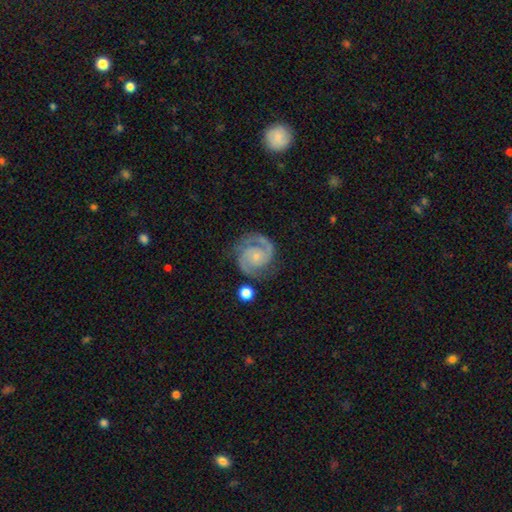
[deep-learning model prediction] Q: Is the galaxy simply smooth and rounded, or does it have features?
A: featured or disk — 90%.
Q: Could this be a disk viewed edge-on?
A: no — 98%.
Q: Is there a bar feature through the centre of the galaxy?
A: no — 72%.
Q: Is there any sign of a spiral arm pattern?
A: yes — 98%.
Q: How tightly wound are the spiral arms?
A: tight — 51%.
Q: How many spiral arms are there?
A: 2 — 90%.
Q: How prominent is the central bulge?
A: small — 76%.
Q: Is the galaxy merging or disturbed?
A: none — 77%.